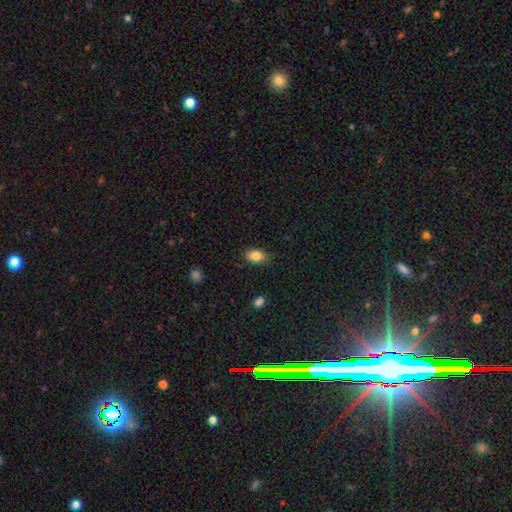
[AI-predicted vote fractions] A smooth galaxy with no disk features (85%) that is in between round and cigar-shaped (86%).

Vote fractions:
- Smooth or featured? smooth: 85% / star or artifact: 9% / featured or disk: 6%
- How rounded? in between: 86% / round: 12% / cigar-shaped: 2%
- Merging? none: 81% / minor disturbance: 15% / major disturbance: 3% / merger: 1%